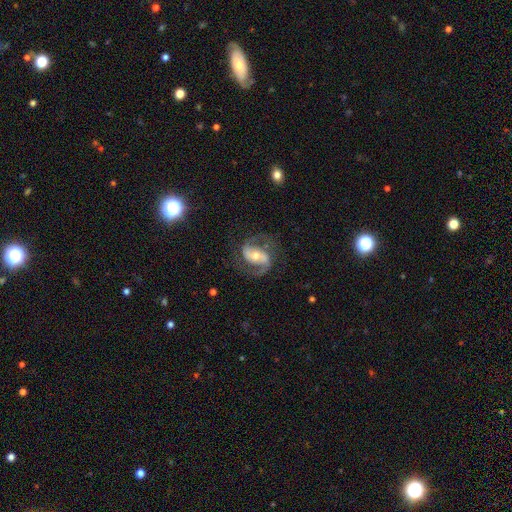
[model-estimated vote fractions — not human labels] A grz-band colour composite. It shows a featured or disk galaxy (88%) with a weak bar (37%), 2 (91%) medium (57%) spiral arms (97%) and a moderate central bulge (59%). Merging: none (74%).